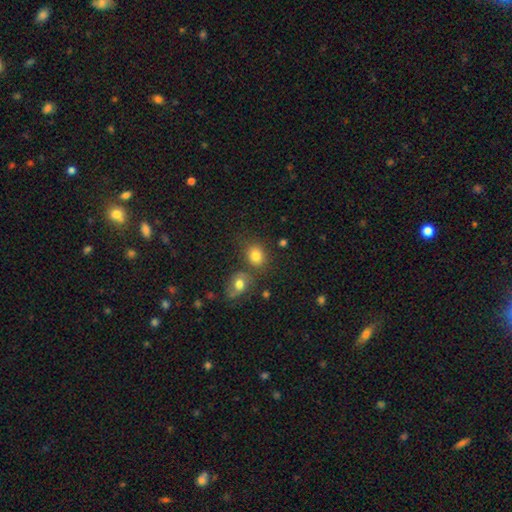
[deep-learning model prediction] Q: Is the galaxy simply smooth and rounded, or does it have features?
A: smooth — 81%.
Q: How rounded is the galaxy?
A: round — 59%.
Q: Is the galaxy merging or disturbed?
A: none — 64%.